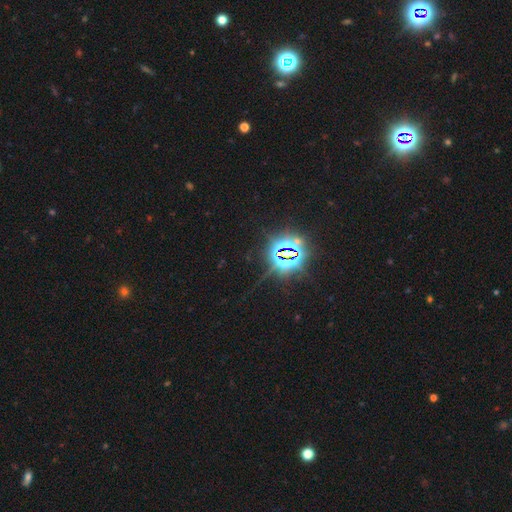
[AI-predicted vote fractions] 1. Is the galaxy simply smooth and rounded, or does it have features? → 85% star or artifact, 9% smooth, 6% featured or disk.